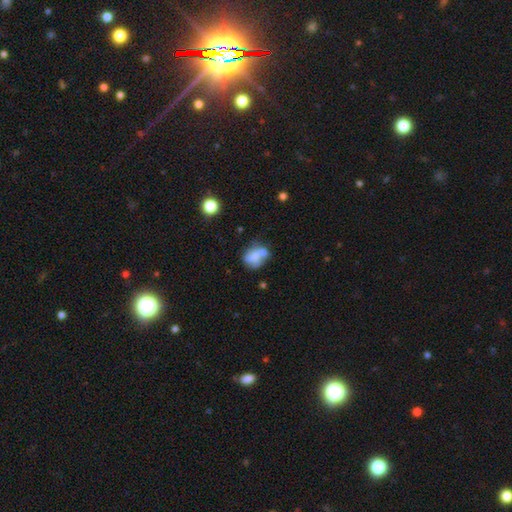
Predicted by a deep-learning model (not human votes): This is possibly a smooth galaxy (55%). How rounded: likely in between (64%). Merging: marginally none (33%).